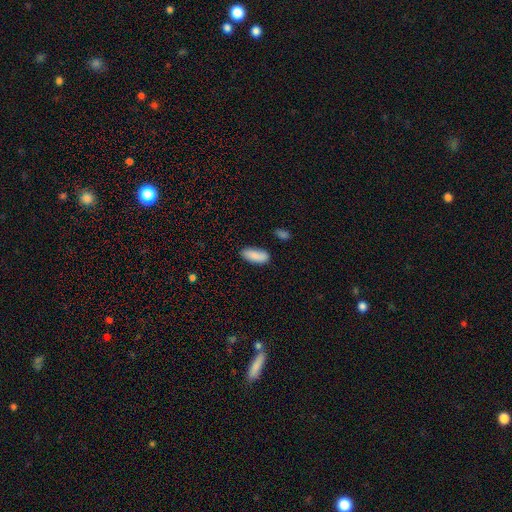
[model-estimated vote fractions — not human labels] This is clearly a smooth galaxy (88%). How rounded: clearly in between (82%). Merging: likely none (75%).